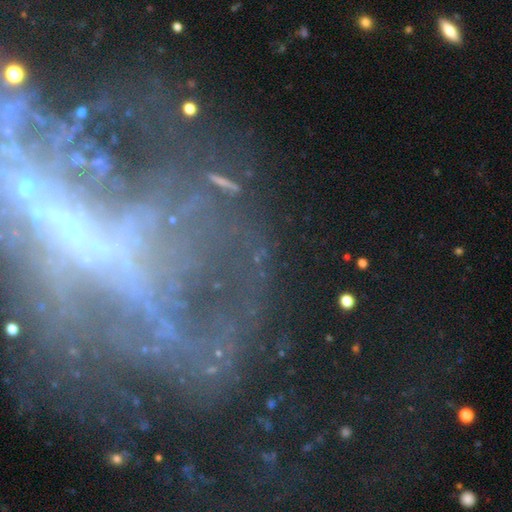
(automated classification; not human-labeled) A featured or disk galaxy (55%).

Vote fractions:
- Smooth or featured? featured or disk: 55% / star or artifact: 30% / smooth: 14%
- Edge-on disk? no: 88% / yes: 12%
- Merging? none: 59% / major disturbance: 20% / minor disturbance: 14% / merger: 7%